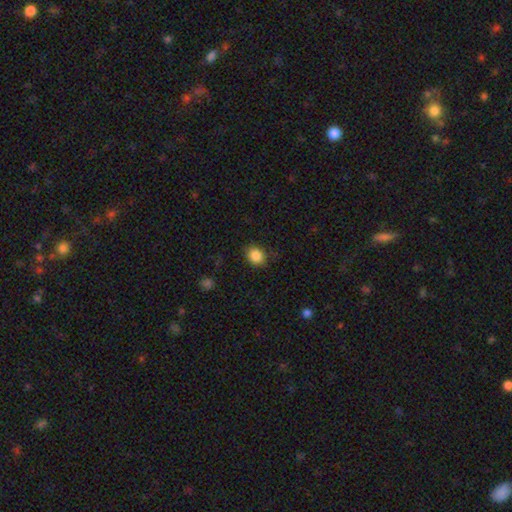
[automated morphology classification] Smooth or featured: smooth — 86% (star or artifact — 9%)
How rounded: round — 56% (in between — 43%)
Merging: none — 83% (minor disturbance — 13%)